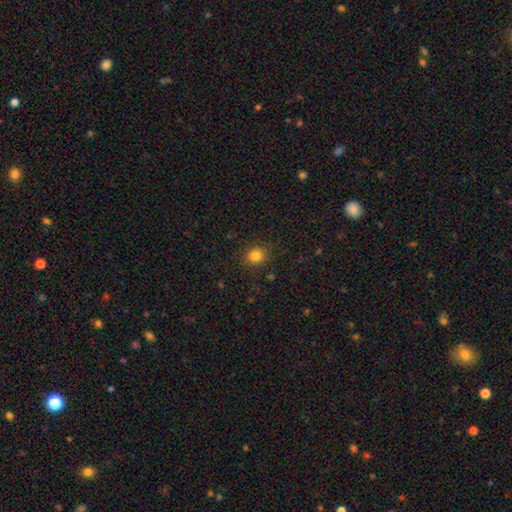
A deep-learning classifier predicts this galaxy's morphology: Smooth or featured? Predicted: smooth (p=0.83). How rounded? Predicted: round (p=0.85). Merging? Predicted: none (p=0.88).